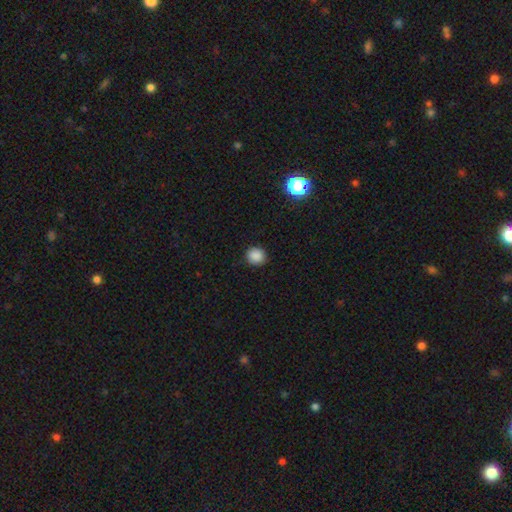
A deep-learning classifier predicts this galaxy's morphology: Smooth or featured? smooth (87%)
How rounded? round (85%)
Merging? none (89%)